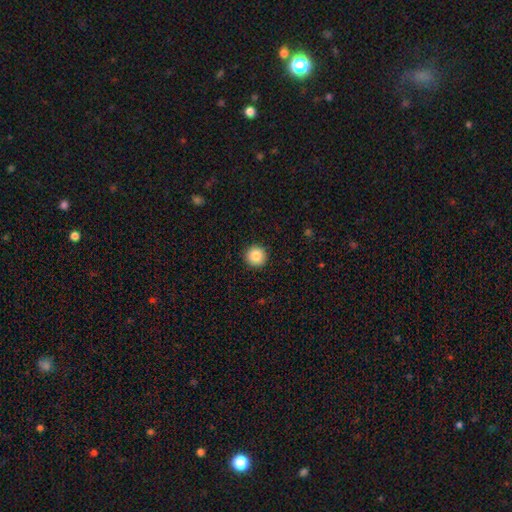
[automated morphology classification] type=smooth (86%); roundness=round (95%); merging=none (93%).